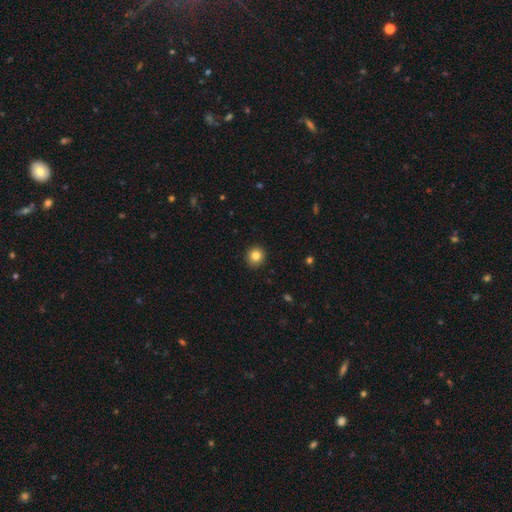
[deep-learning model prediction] smooth_or_featured: smooth (p=0.83) [alt: star or artifact p=0.10]
how_rounded: round (p=0.91) [alt: in between p=0.08]
merging: none (p=0.92) [alt: minor disturbance p=0.05]